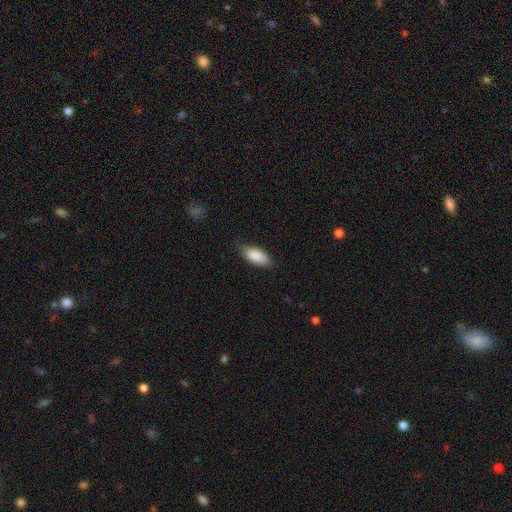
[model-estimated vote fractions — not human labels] Smooth or featured? smooth (88%)
How rounded? in between (85%)
Merging? none (78%)